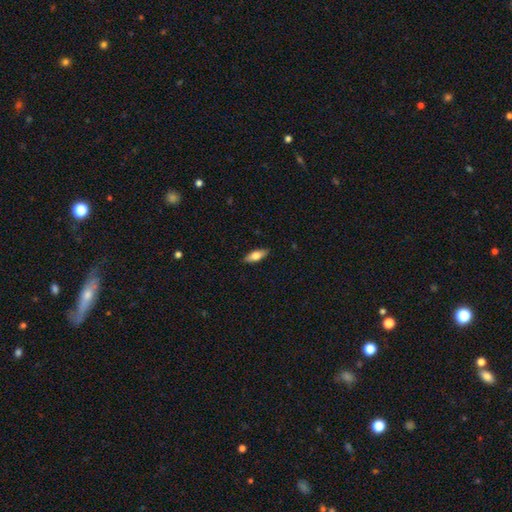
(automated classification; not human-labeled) smooth-or-featured: smooth: 69% | featured or disk: 25% | star or artifact: 6%
  how-rounded: in between: 68% | cigar-shaped: 30% | round: 2%
  merging: none: 88% | minor disturbance: 9% | major disturbance: 2% | merger: 1%